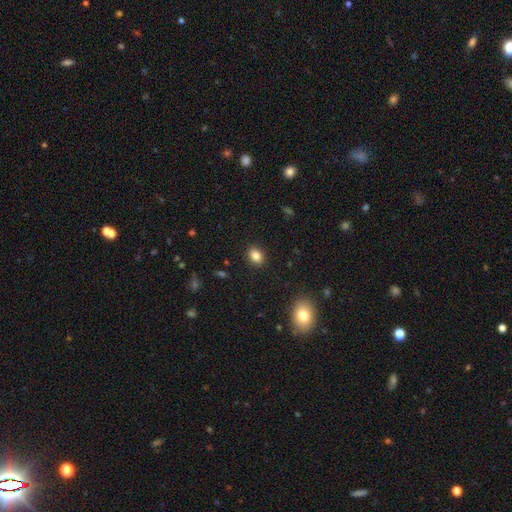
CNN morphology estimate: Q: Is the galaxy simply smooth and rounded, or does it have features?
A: smooth — 83%.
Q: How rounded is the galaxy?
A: in between — 54%.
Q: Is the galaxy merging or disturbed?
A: none — 90%.